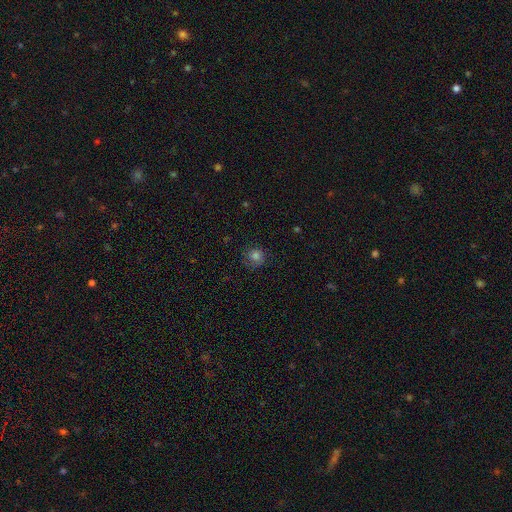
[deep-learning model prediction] Smooth or featured?
  - smooth: 79% *
  - star or artifact: 13%
  - featured or disk: 8%
How rounded?
  - round: 87% *
  - in between: 12%
  - cigar-shaped: 1%
Merging?
  - none: 75% *
  - minor disturbance: 17%
  - major disturbance: 6%
  - merger: 1%